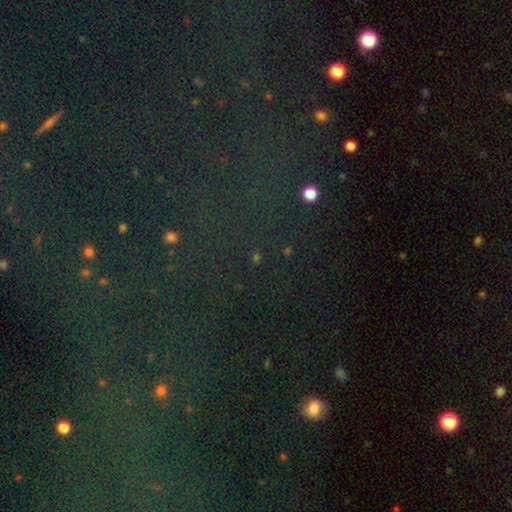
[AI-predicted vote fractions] A star or artifact, not a galaxy (72%).

Vote fractions:
- Smooth or featured? star or artifact: 72% / smooth: 20% / featured or disk: 8%